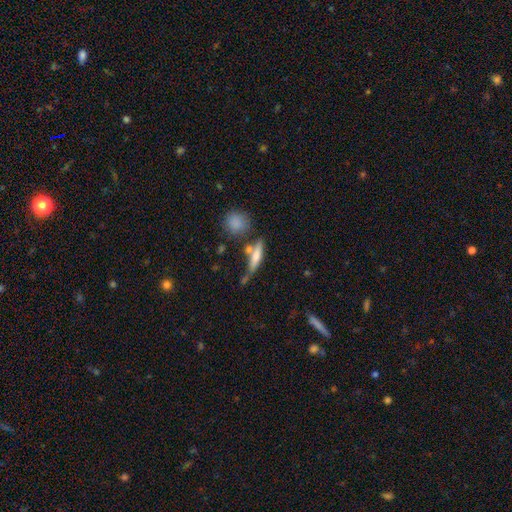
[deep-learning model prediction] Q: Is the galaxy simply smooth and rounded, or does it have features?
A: smooth — 56%.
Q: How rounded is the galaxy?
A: cigar-shaped — 72%.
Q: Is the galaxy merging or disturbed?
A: none — 56%.